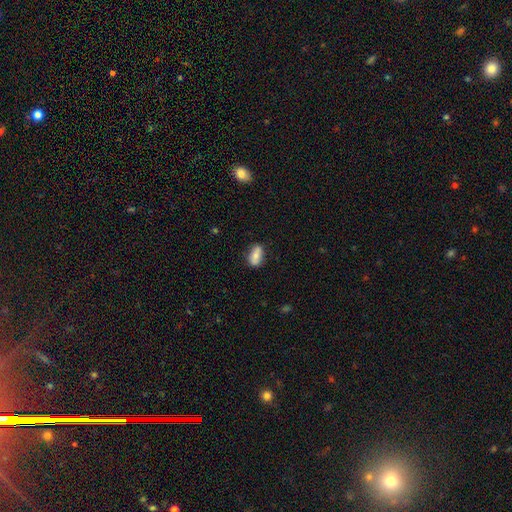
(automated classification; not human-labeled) smooth 71%, featured or disk 22%, star or artifact 7%. Down the decision tree: how rounded — in between (85%); merging — none (78%).